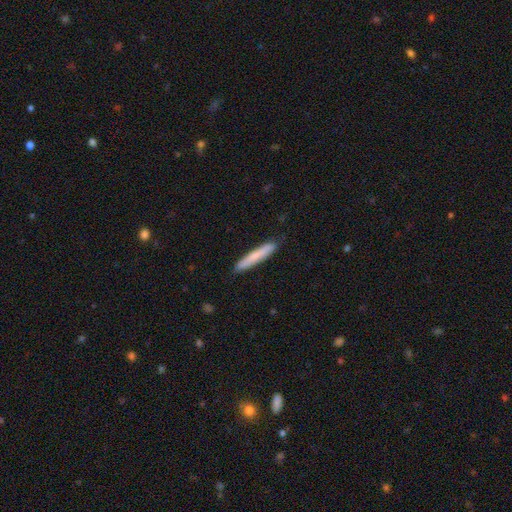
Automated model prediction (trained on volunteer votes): smooth 78%, featured or disk 17%, star or artifact 6%. Down the decision tree: how rounded — cigar-shaped (95%); merging — none (89%).